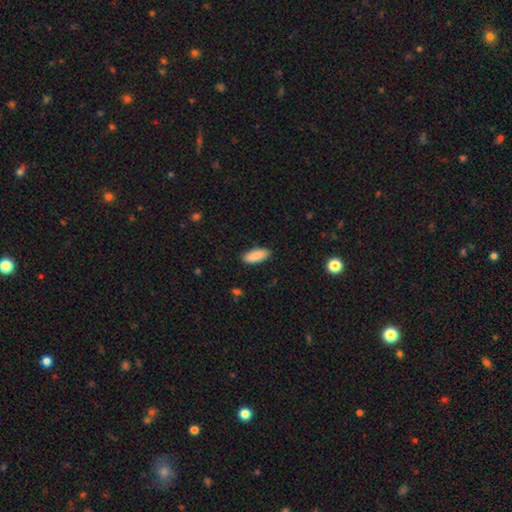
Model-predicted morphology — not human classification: type=smooth (89%); roundness=in between (83%); merging=none (88%).